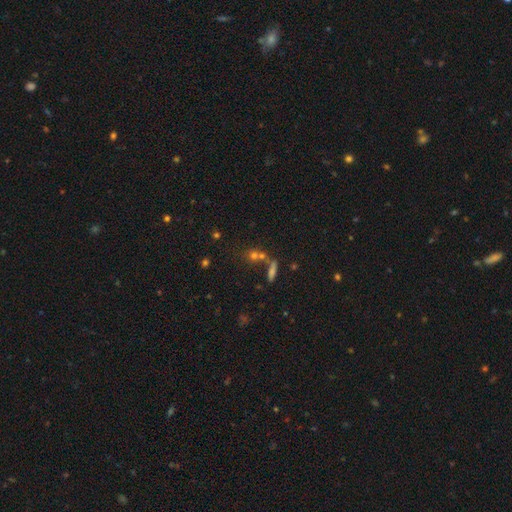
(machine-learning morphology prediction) Smooth or featured?
  - smooth: 48% *
  - star or artifact: 33%
  - featured or disk: 19%
Merging?
  - none: 52% *
  - merger: 33%
  - minor disturbance: 9%
  - major disturbance: 6%